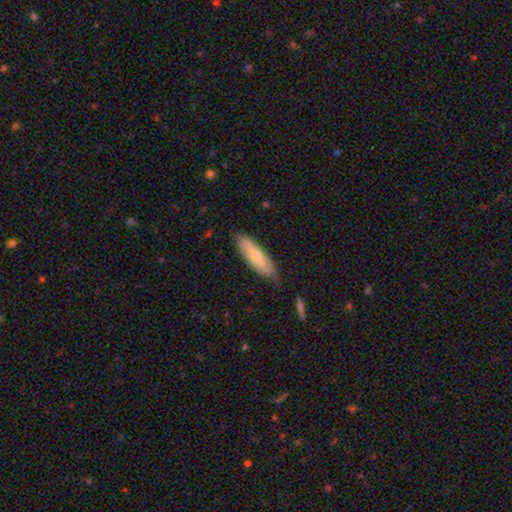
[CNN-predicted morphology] A smooth galaxy with no disk features (62%) that is cigar-shaped (56%). Merging: none (74%).